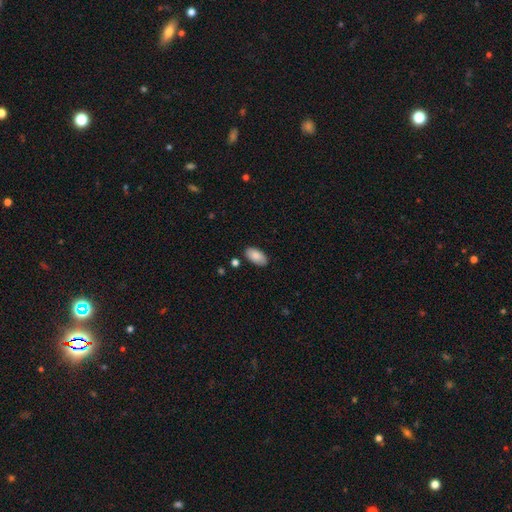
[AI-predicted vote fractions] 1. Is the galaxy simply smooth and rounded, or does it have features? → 86% smooth, 7% featured or disk, 6% star or artifact.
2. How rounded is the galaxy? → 95% in between, 2% cigar-shaped, 2% round.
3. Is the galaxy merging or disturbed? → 85% none, 11% minor disturbance, 2% merger, 2% major disturbance.